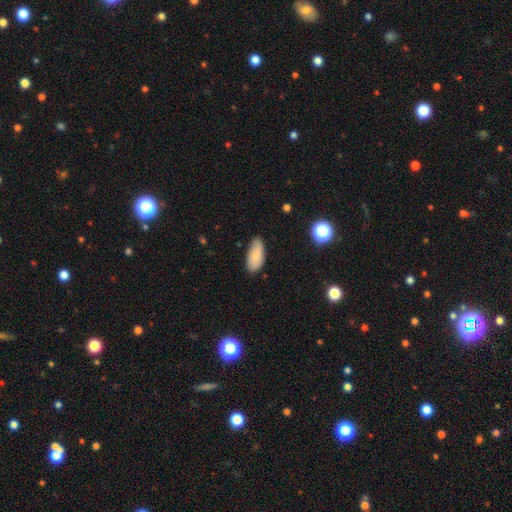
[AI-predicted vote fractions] smooth-or-featured: smooth: 84% | featured or disk: 9% | star or artifact: 7%
  how-rounded: in between: 89% | cigar-shaped: 9% | round: 2%
  merging: none: 74% | minor disturbance: 21% | major disturbance: 3% | merger: 1%